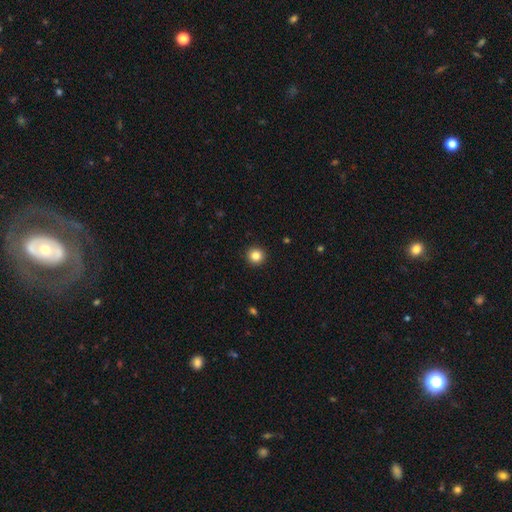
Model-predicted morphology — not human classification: type=smooth (84%); roundness=round (95%); merging=none (93%).